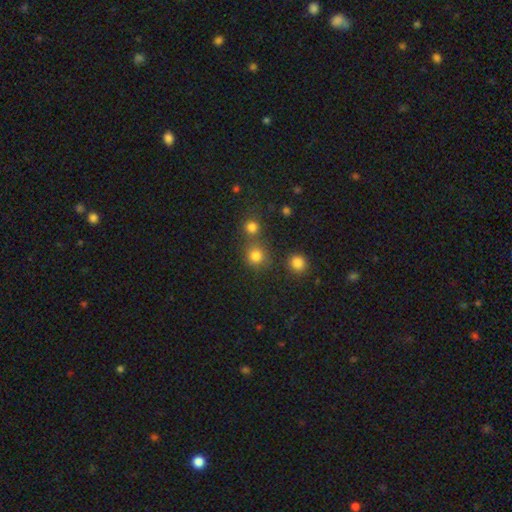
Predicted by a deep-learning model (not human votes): smooth-or-featured: smooth: 80% | star or artifact: 15% | featured or disk: 5%
  how-rounded: round: 90% | in between: 9% | cigar-shaped: 1%
  merging: none: 67% | merger: 21% | minor disturbance: 8% | major disturbance: 4%